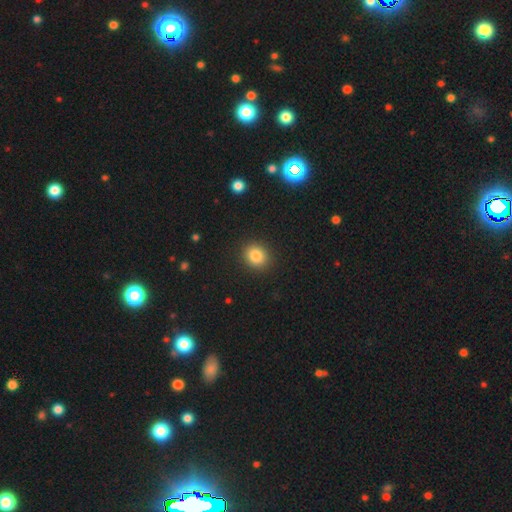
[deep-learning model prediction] Smooth or featured: smooth — 84% (star or artifact — 11%)
How rounded: round — 74% (in between — 25%)
Merging: none — 90% (minor disturbance — 7%)